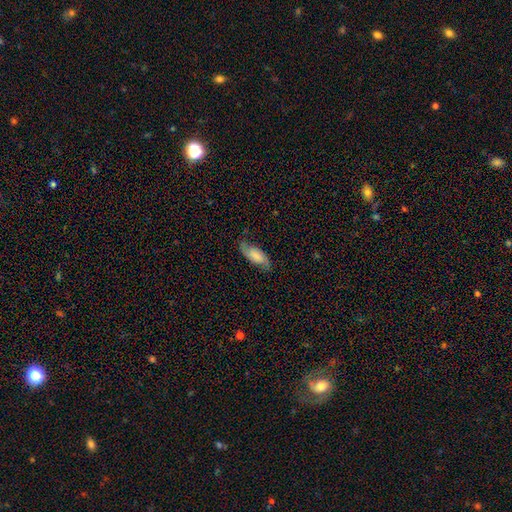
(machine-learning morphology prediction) A featured or disk galaxy (51%).

Vote fractions:
- Smooth or featured? featured or disk: 51% / smooth: 42% / star or artifact: 7%
- Edge-on disk? no: 90% / yes: 10%
- Merging? none: 73% / minor disturbance: 20% / major disturbance: 6% / merger: 1%